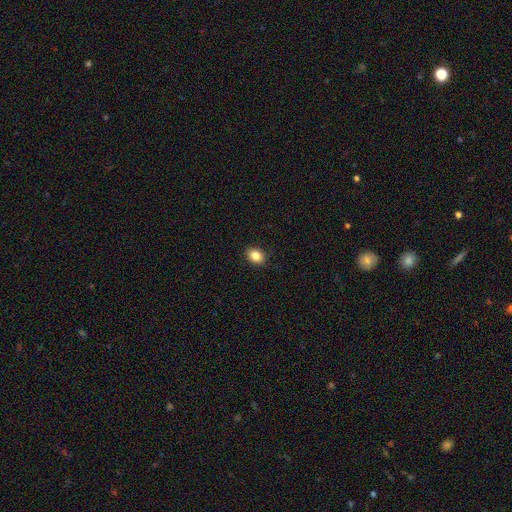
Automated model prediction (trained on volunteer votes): This appears to be a smooth galaxy with no disk features (85%) that is in between round and cigar-shaped (59%). Merging: none (90%).